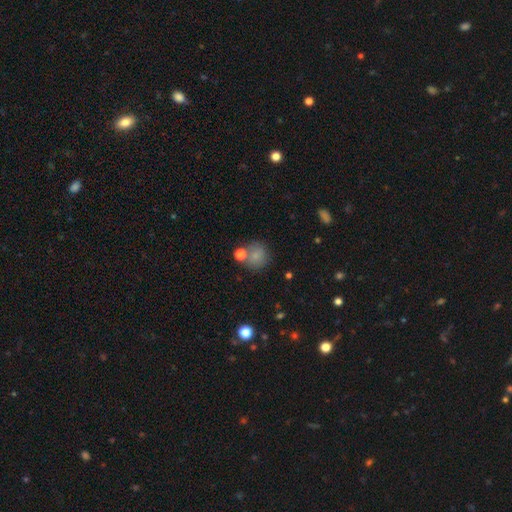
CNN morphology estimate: A smooth galaxy with no disk features (79%) that is round (86%). Merging: none (64%).